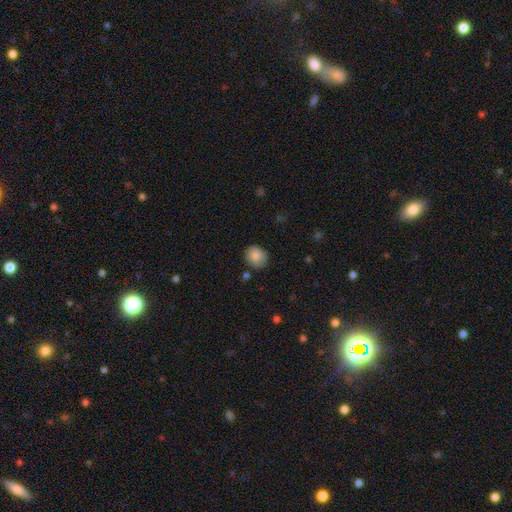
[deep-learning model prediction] Overall: smooth (83%). How rounded: round (73%). Merging: none (76%).